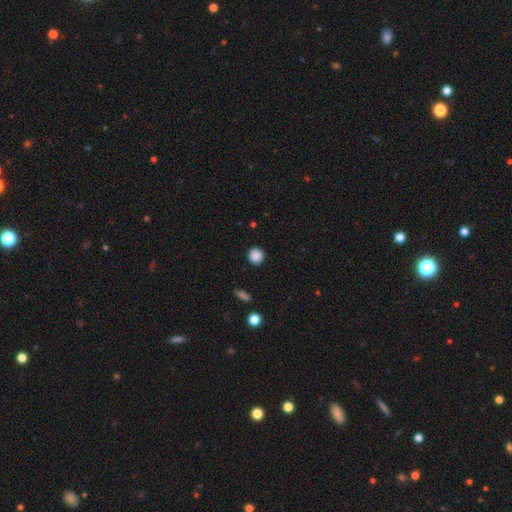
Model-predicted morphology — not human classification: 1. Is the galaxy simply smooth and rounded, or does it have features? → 88% smooth, 9% star or artifact, 3% featured or disk.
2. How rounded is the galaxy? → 92% round, 7% in between, 1% cigar-shaped.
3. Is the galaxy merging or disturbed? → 91% none, 6% minor disturbance, 2% major disturbance, 1% merger.